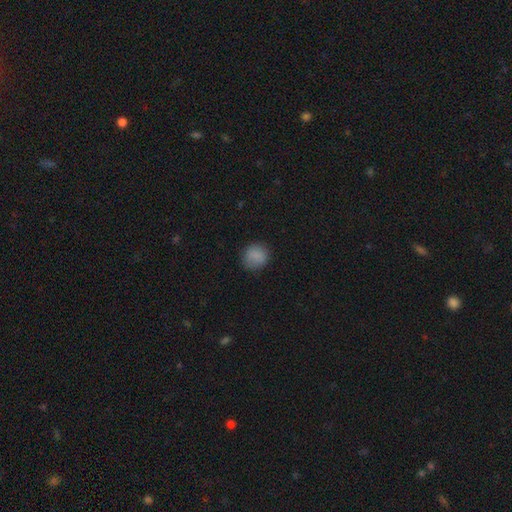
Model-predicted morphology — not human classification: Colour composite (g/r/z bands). It shows a smooth galaxy with no disk features (86%) that is round (84%). Merging: none (82%).